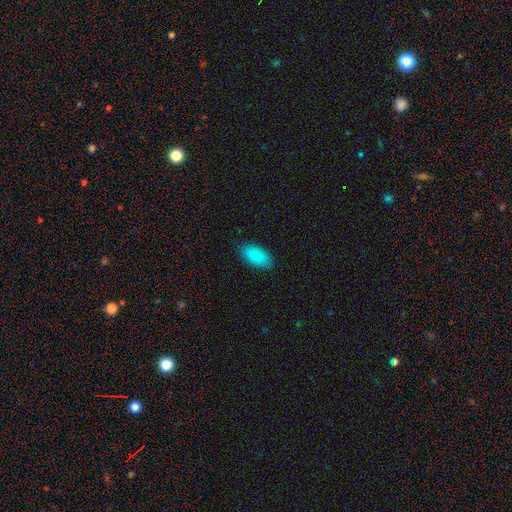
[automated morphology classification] A smooth galaxy with no disk features (87%) that is in between round and cigar-shaped (94%). Merging: none (87%).